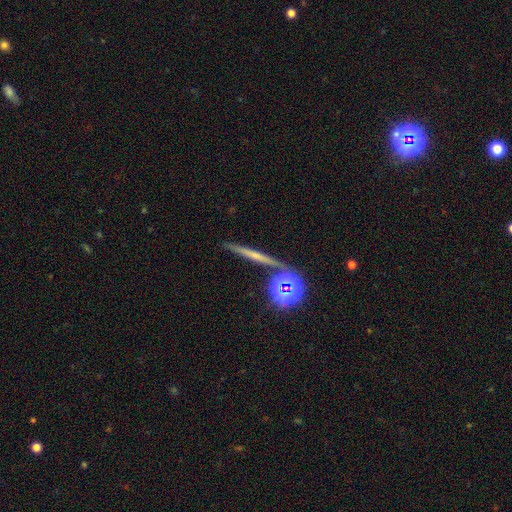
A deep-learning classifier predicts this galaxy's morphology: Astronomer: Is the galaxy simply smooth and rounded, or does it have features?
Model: smooth — 40% (runner-up: featured or disk, 37%).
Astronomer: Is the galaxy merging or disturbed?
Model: none — 82%.